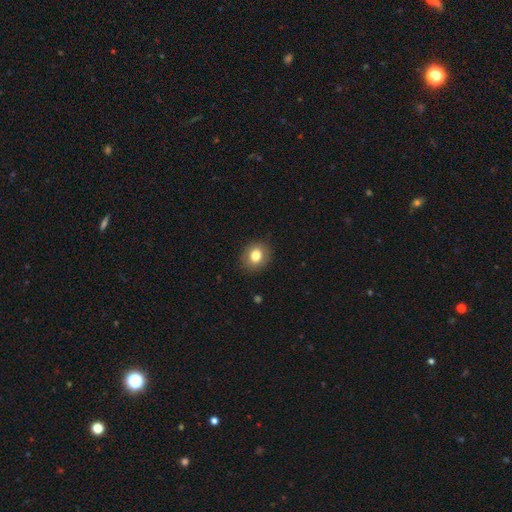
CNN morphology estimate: A smooth galaxy with no disk features (80%) that is round (68%).

Vote fractions:
- Smooth or featured? smooth: 80% / featured or disk: 10% / star or artifact: 9%
- How rounded? round: 68% / in between: 32% / cigar-shaped: 1%
- Merging? none: 88% / minor disturbance: 9% / major disturbance: 2% / merger: 1%